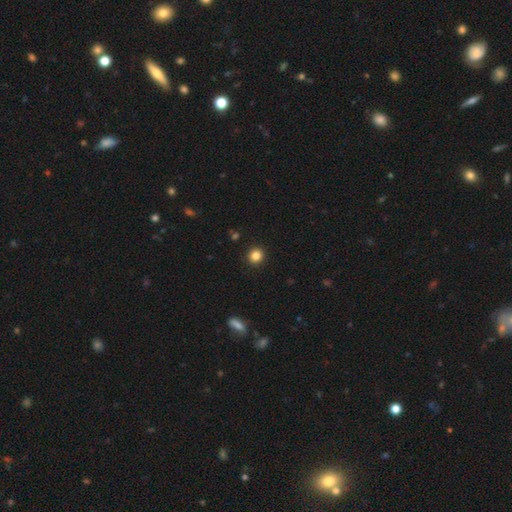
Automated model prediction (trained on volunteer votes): A smooth galaxy with no disk features (84%) that is round (91%). Merging: none (93%).